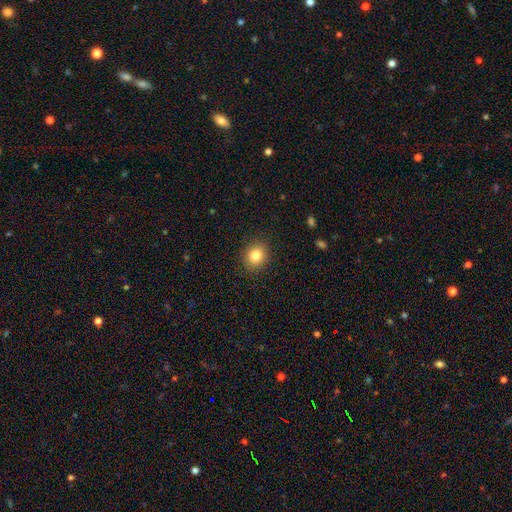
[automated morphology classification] Smooth or featured: smooth — 82% (star or artifact — 10%)
How rounded: round — 64% (in between — 35%)
Merging: none — 89% (minor disturbance — 8%)